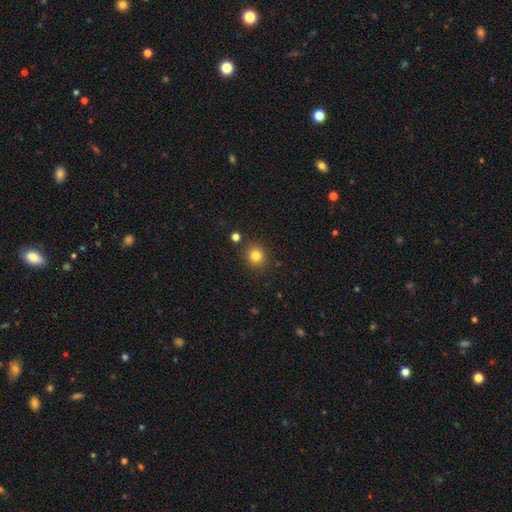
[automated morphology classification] This is clearly a smooth galaxy (82%). How rounded: clearly round (84%). Merging: clearly none (87%).